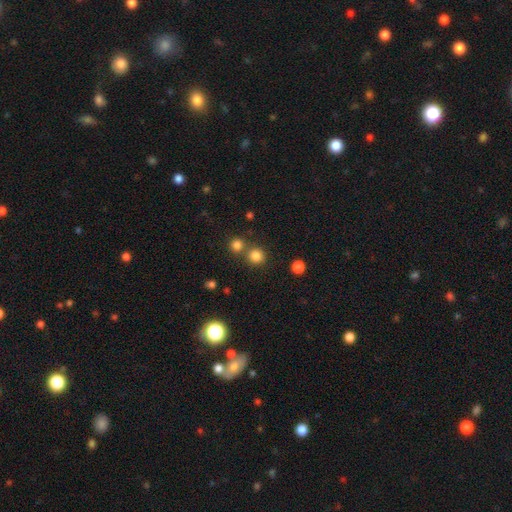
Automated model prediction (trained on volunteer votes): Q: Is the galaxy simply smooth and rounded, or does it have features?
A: smooth — 80%.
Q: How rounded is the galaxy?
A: round — 90%.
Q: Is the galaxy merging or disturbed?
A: none — 69%.